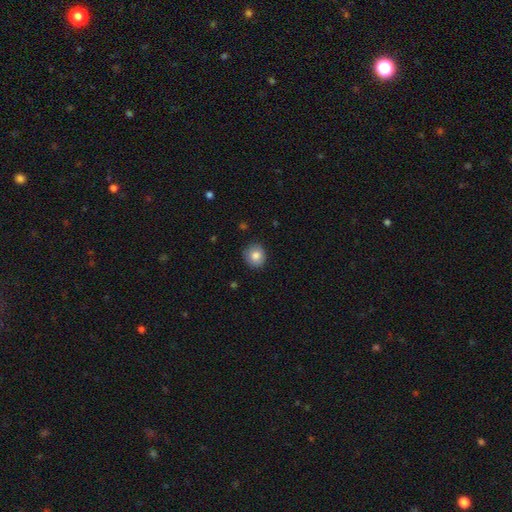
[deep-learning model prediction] Smooth or featured? Predicted: smooth (p=0.83). How rounded? Predicted: round (p=0.89). Merging? Predicted: none (p=0.88).